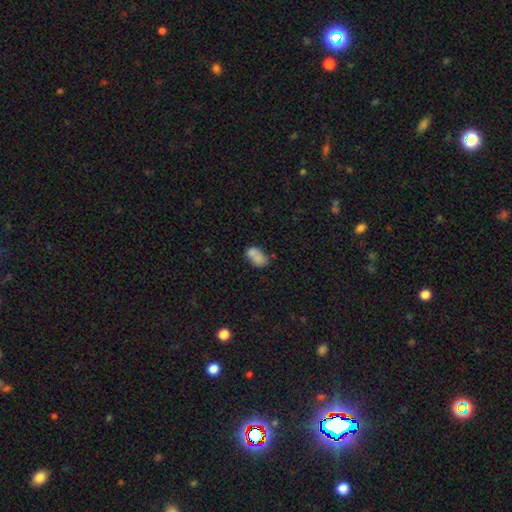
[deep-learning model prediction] This appears to be a smooth galaxy with no disk features (76%) that is in between round and cigar-shaped (80%). Merging: merger (45%).